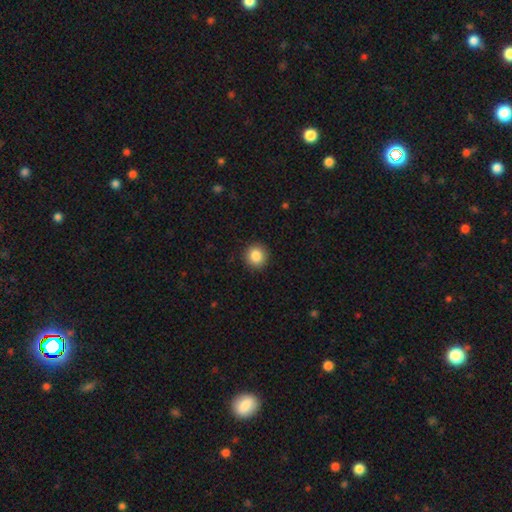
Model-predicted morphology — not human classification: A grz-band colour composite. It shows a smooth galaxy with no disk features (86%) that is round (93%). Merging: none (91%).